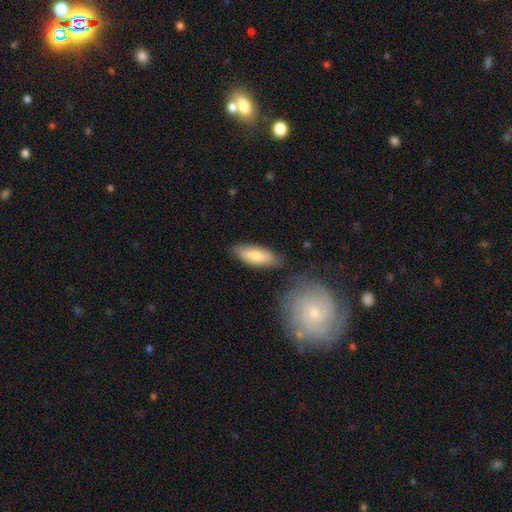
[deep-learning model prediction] Smooth or featured? smooth (68%)
How rounded? in between (64%)
Merging? none (78%)